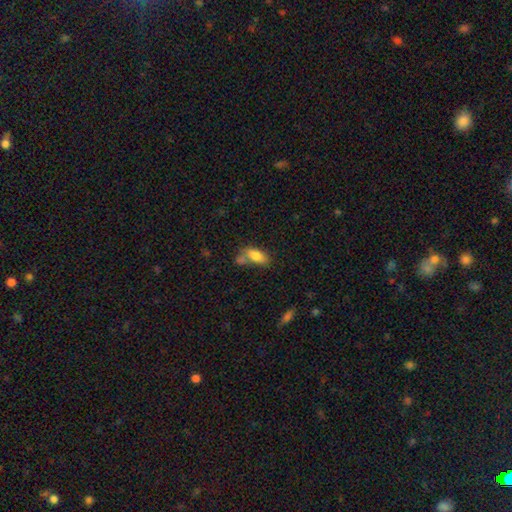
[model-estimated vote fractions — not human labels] Morphology: type=smooth (80%); roundness=in between (85%); merging=none (45%).